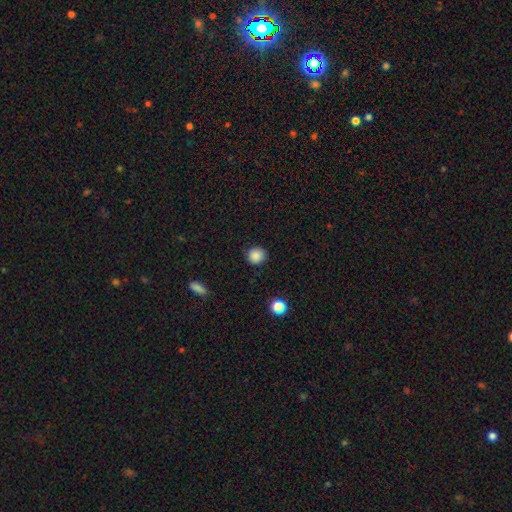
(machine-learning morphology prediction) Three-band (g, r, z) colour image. It shows a smooth galaxy with no disk features (87%) that is round (90%). Merging: none (90%).